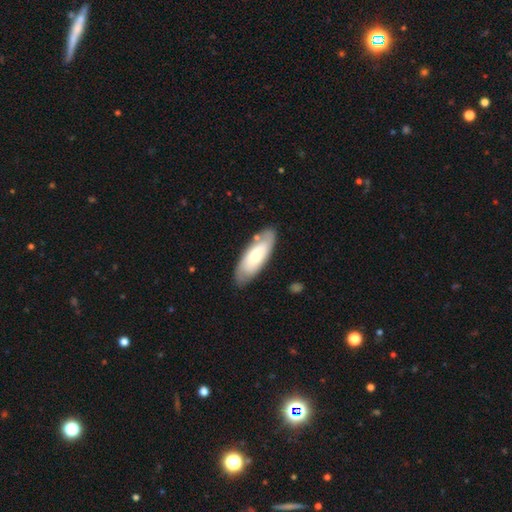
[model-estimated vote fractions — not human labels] Smooth or featured: smooth — 60% (featured or disk — 35%)
How rounded: in between — 72% (cigar-shaped — 26%)
Merging: none — 77% (minor disturbance — 15%)